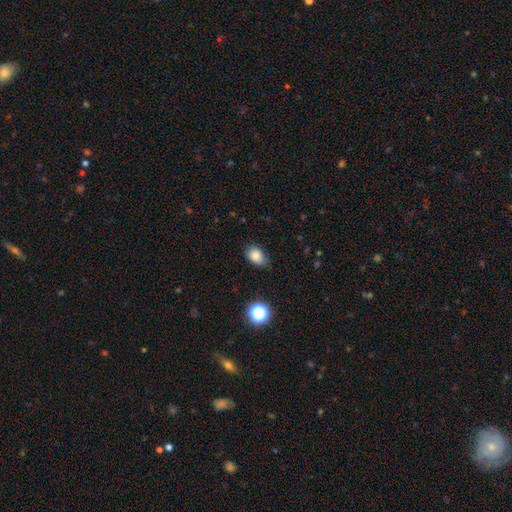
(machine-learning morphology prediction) Smooth or featured? smooth (84%)
How rounded? in between (78%)
Merging? none (78%)